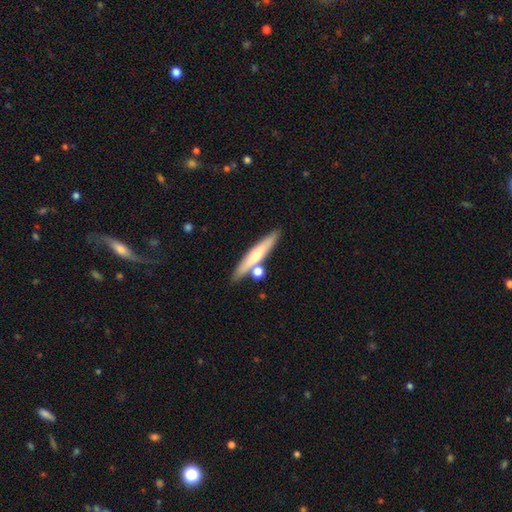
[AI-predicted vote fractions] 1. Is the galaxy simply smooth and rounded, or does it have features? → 51% smooth, 43% featured or disk, 6% star or artifact.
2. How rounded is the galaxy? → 88% cigar-shaped, 9% in between, 3% round.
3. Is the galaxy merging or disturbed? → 73% none, 14% merger, 10% minor disturbance, 3% major disturbance.